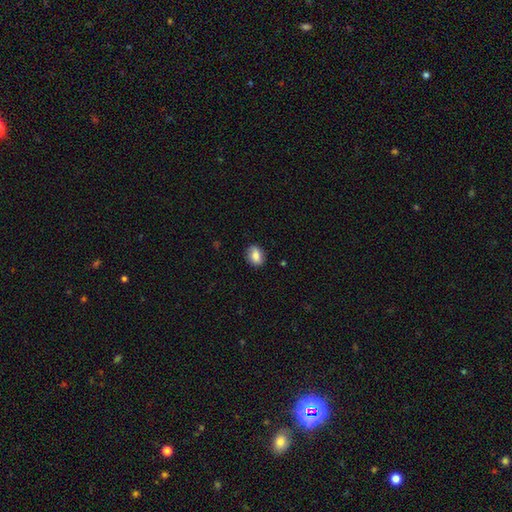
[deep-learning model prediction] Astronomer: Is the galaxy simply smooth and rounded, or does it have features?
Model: smooth — 81%.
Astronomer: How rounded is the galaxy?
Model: in between — 67%.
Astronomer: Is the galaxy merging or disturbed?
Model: none — 85%.